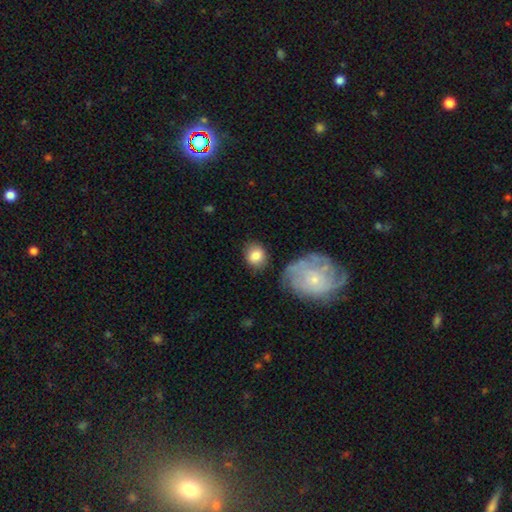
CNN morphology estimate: Overall: smooth (82%). How rounded: round (66%; in between 33%). Merging: none (74%).